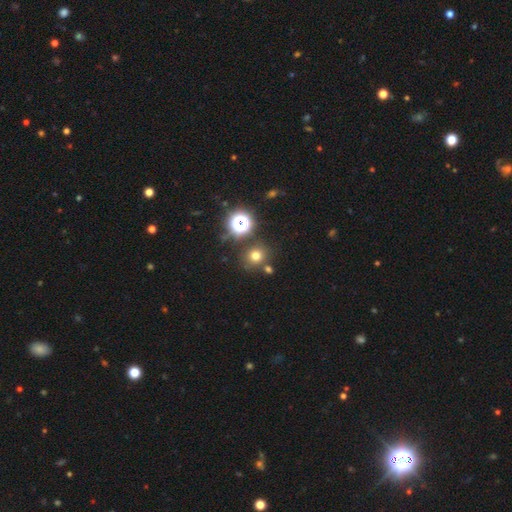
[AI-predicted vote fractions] smooth 68%, star or artifact 25%, featured or disk 8%. Down the decision tree: how rounded — round (84%); merging — none (80%).